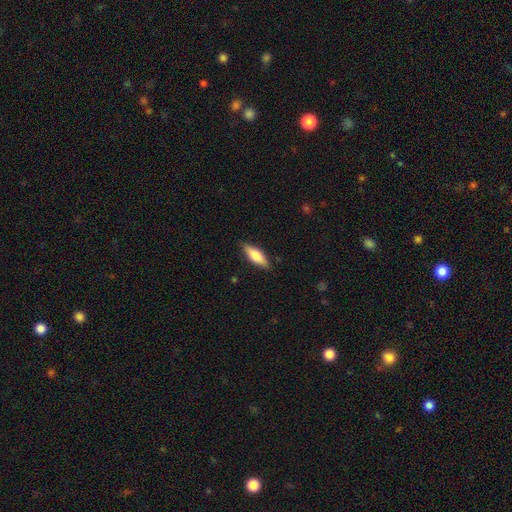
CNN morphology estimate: smooth-or-featured: smooth: 71% | featured or disk: 24% | star or artifact: 6%
  how-rounded: in between: 61% | cigar-shaped: 37% | round: 2%
  merging: none: 86% | minor disturbance: 11% | major disturbance: 2% | merger: 1%